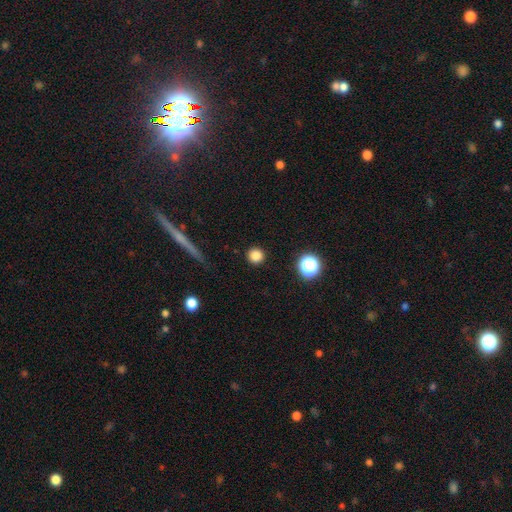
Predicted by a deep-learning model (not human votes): Smooth or featured?
  - smooth: 83% *
  - star or artifact: 12%
  - featured or disk: 4%
How rounded?
  - round: 94% *
  - in between: 5%
  - cigar-shaped: 1%
Merging?
  - none: 92% *
  - minor disturbance: 5%
  - major disturbance: 2%
  - merger: 1%